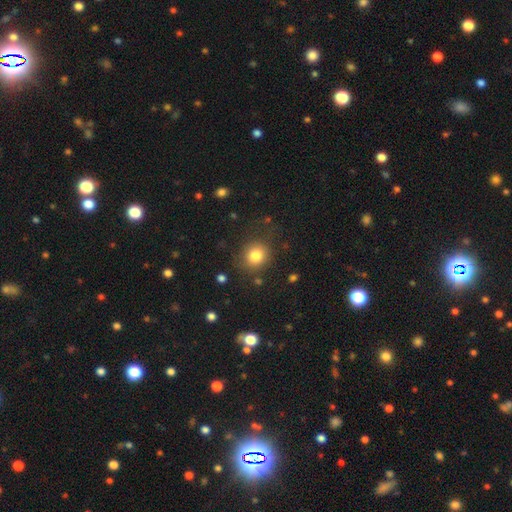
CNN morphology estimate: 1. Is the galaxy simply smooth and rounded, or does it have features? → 81% smooth, 11% star or artifact, 7% featured or disk.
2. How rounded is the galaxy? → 83% round, 16% in between, 1% cigar-shaped.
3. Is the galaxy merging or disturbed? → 80% none, 12% minor disturbance, 6% major disturbance, 2% merger.